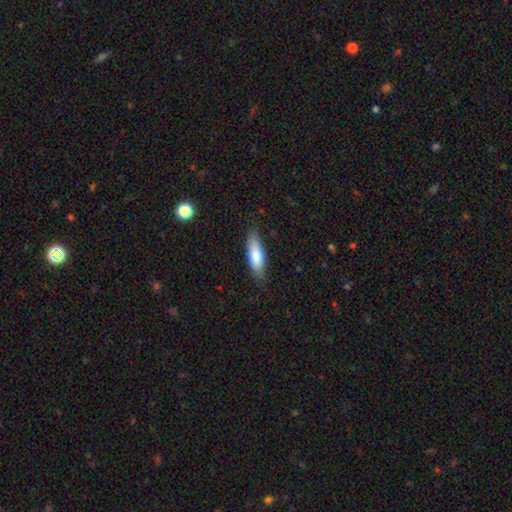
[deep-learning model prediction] Smooth or featured? smooth (76%)
How rounded? cigar-shaped (53%)
Merging? none (81%)